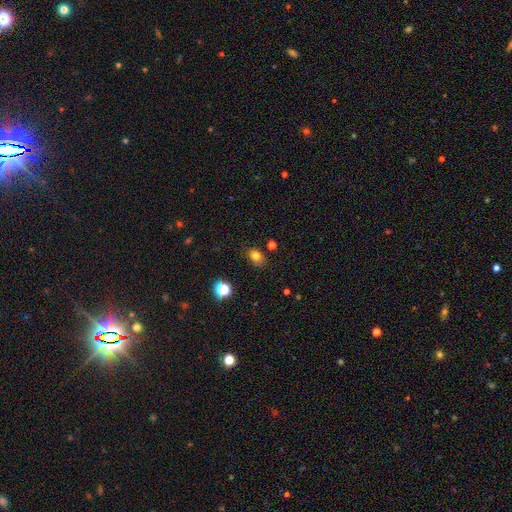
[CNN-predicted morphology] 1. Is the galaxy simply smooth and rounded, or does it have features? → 78% smooth, 14% star or artifact, 8% featured or disk.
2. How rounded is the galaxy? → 71% in between, 28% round, 1% cigar-shaped.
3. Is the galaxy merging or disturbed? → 78% none, 16% minor disturbance, 3% major disturbance, 3% merger.